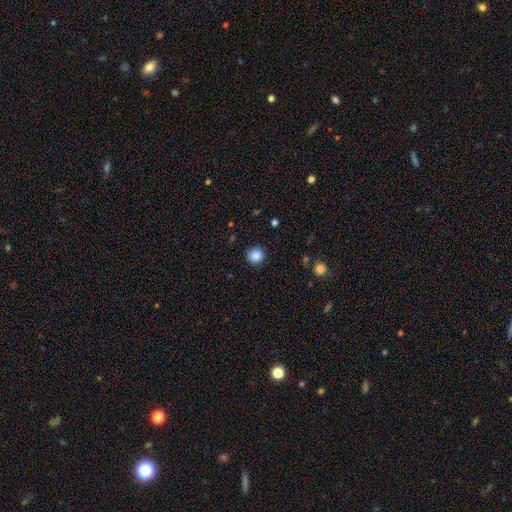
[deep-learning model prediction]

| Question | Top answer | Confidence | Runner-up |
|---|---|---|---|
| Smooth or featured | smooth | 86% | star or artifact (10%) |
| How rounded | round | 93% | in between (6%) |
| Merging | none | 91% | minor disturbance (6%) |